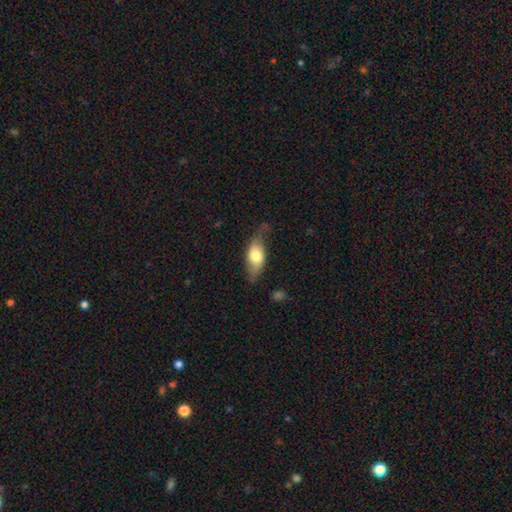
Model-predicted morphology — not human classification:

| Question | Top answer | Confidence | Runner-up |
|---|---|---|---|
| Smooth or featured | smooth | 61% | featured or disk (33%) |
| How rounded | in between | 83% | cigar-shaped (12%) |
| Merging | none | 49% | minor disturbance (34%) |